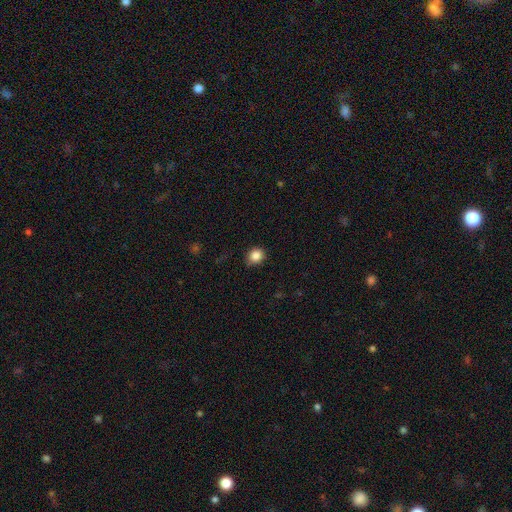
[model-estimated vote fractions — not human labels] Smooth or featured? Predicted: smooth (p=0.85). How rounded? Predicted: round (p=0.75). Merging? Predicted: none (p=0.78).